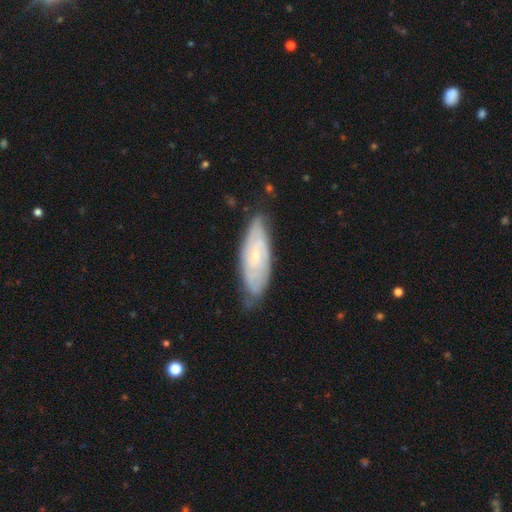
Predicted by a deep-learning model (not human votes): Q: Smooth or featured?
A: featured or disk (62%); runner-up: smooth (32%)
Q: Edge-on disk?
A: no (82%); runner-up: yes (18%)
Q: Bar?
A: no (70%); runner-up: weak (25%)
Q: Spiral arms?
A: yes (77%); runner-up: no (23%)
Q: Bulge size?
A: small (74%); runner-up: moderate (21%)
Q: Merging?
A: none (70%); runner-up: minor disturbance (24%)